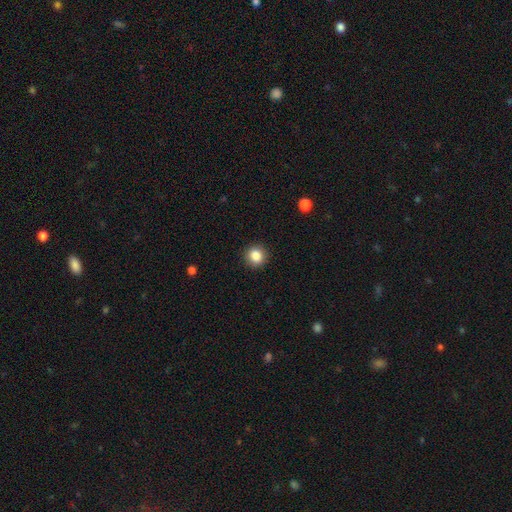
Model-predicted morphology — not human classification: A smooth galaxy with no disk features (86%) that is round (91%). Merging: none (91%).